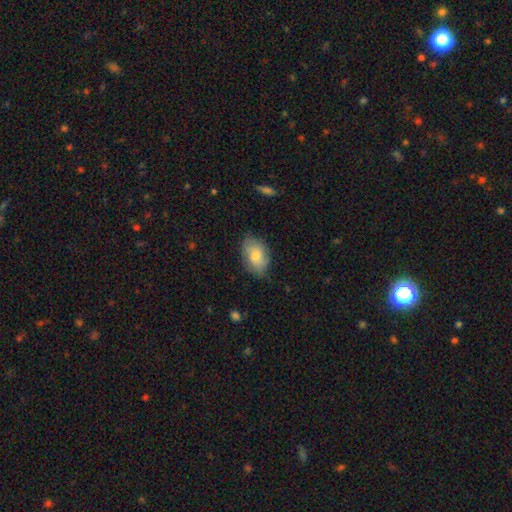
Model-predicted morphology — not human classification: type=smooth (70%); roundness=in between (86%); merging=none (72%).